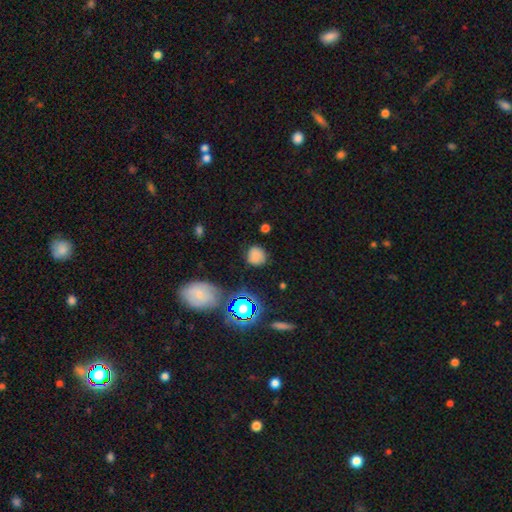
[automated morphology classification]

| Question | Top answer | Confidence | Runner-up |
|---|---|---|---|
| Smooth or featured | smooth | 74% | star or artifact (18%) |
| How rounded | round | 86% | in between (12%) |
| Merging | none | 78% | minor disturbance (14%) |